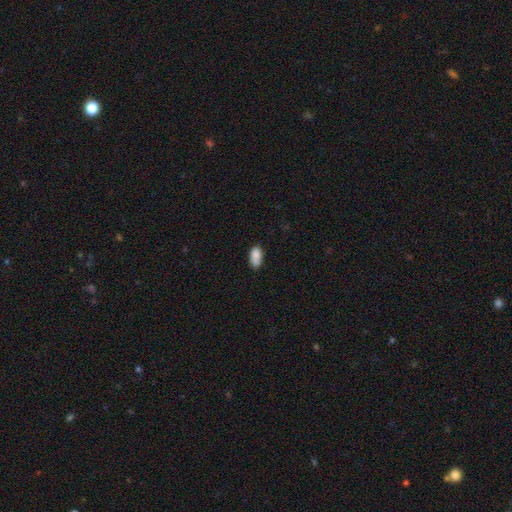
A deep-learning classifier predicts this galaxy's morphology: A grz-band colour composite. It shows a smooth galaxy with no disk features (86%) that is in between round and cigar-shaped (91%). Merging: none (71%).